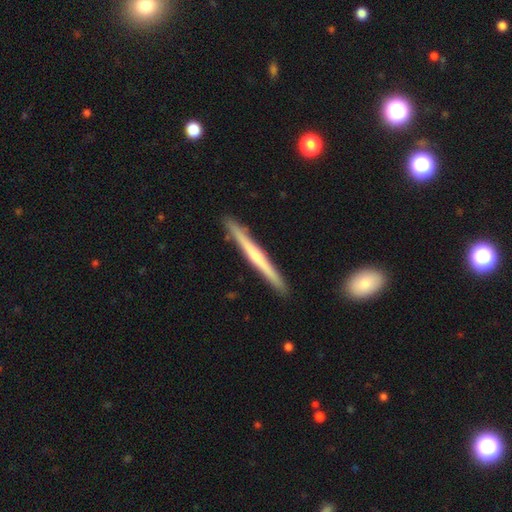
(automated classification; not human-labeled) Smooth or featured?
  - featured or disk: 64% *
  - smooth: 30%
  - star or artifact: 6%
Edge-on disk?
  - yes: 97% *
  - no: 3%
Edge-on bulge?
  - rounded: 57% *
  - none: 39%
  - boxy: 4%
Merging?
  - none: 90% *
  - minor disturbance: 7%
  - merger: 2%
  - major disturbance: 1%